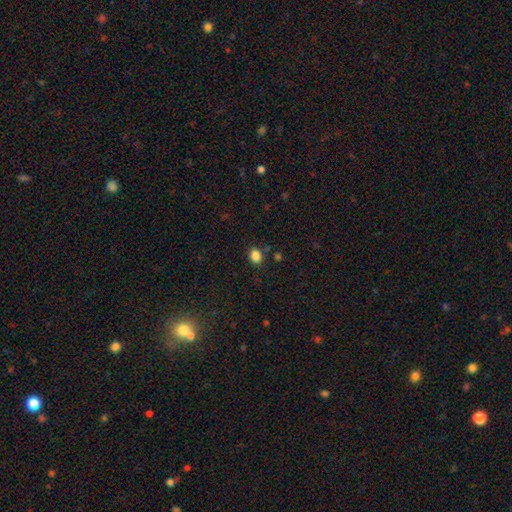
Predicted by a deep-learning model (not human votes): smooth_or_featured: smooth (p=0.85) [alt: star or artifact p=0.11]
how_rounded: in between (p=0.52) [alt: round p=0.47]
merging: none (p=0.82) [alt: minor disturbance p=0.10]